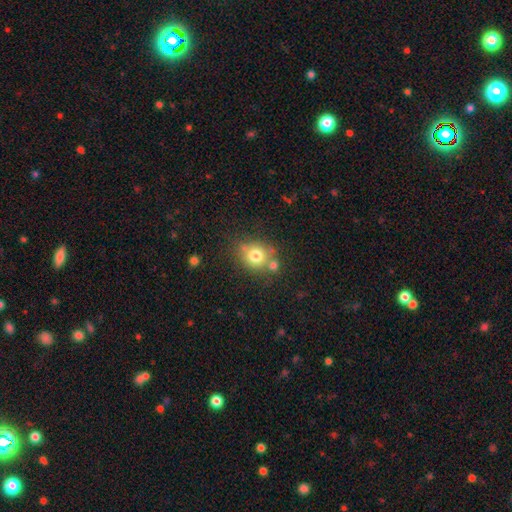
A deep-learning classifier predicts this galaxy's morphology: The model was most divided on "merging": none: 62%, merger: 19%, minor disturbance: 14%, major disturbance: 5%. More confident: how rounded — round (80%); smooth or featured — smooth (74%).